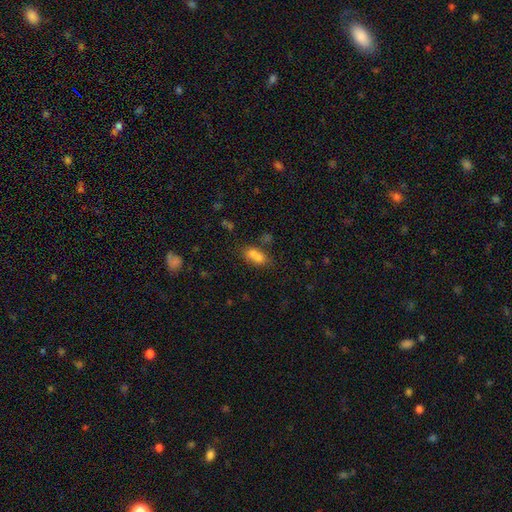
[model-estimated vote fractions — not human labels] Overall: smooth (70%). How rounded: in between (67%). Merging: merger (56%; none 29%).